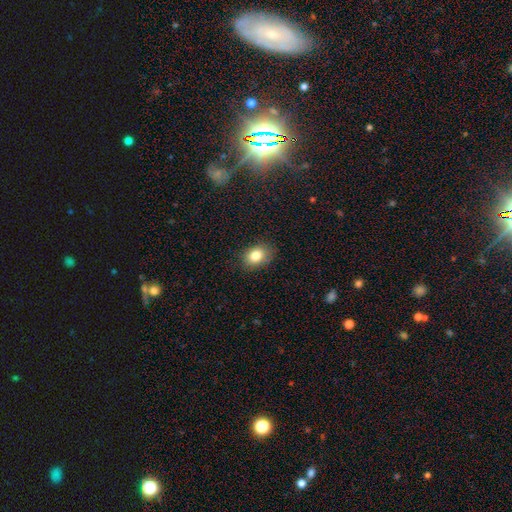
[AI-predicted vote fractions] This is clearly a smooth galaxy (82%). How rounded: likely in between (71%). Merging: clearly none (84%).